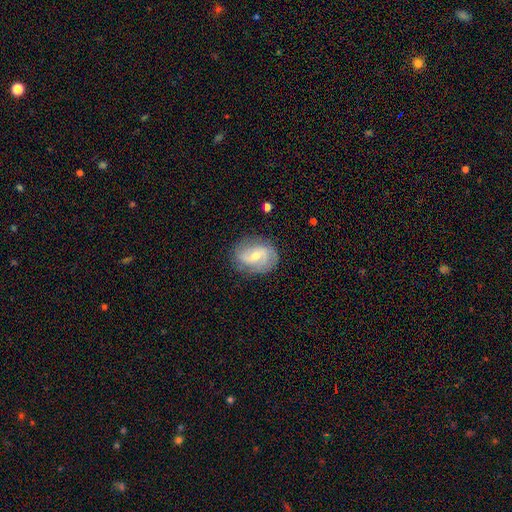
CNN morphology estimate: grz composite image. It shows a featured or disk galaxy (70%) with a weak bar (52%), 2 (72%) medium (41%) spiral arms (88%) and a moderate central bulge (50%). Merging: none (77%).